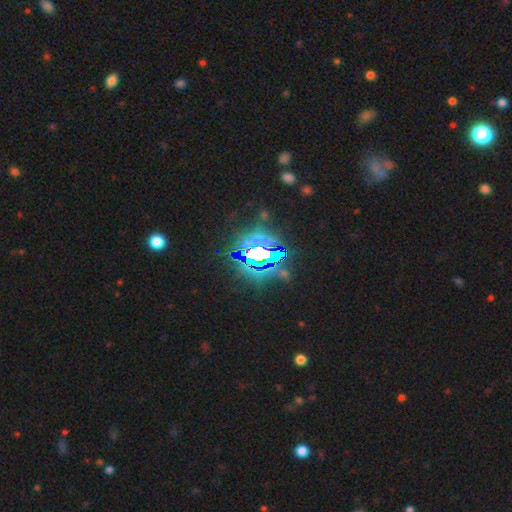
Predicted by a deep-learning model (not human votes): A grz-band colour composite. It shows a star or artifact, not a galaxy (80%).